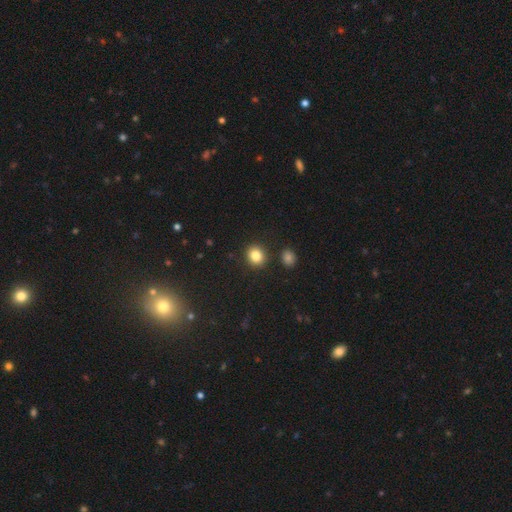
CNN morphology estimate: Smooth or featured? smooth (84%)
How rounded? round (78%)
Merging? none (88%)